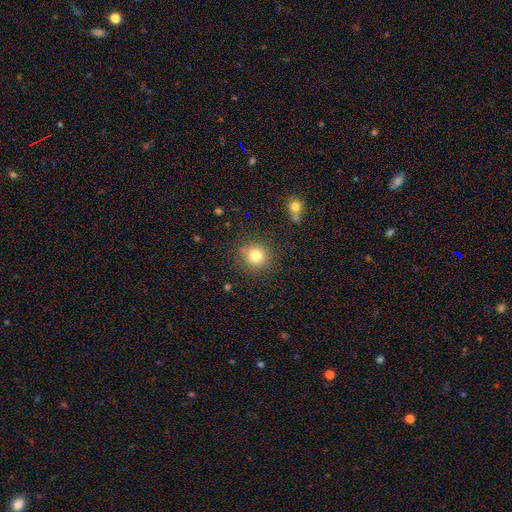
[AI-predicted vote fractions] A smooth galaxy with no disk features (79%) that is round (91%).

Vote fractions:
- Smooth or featured? smooth: 79% / star or artifact: 13% / featured or disk: 8%
- How rounded? round: 91% / in between: 8% / cigar-shaped: 1%
- Merging? none: 87% / minor disturbance: 8% / major disturbance: 3% / merger: 2%